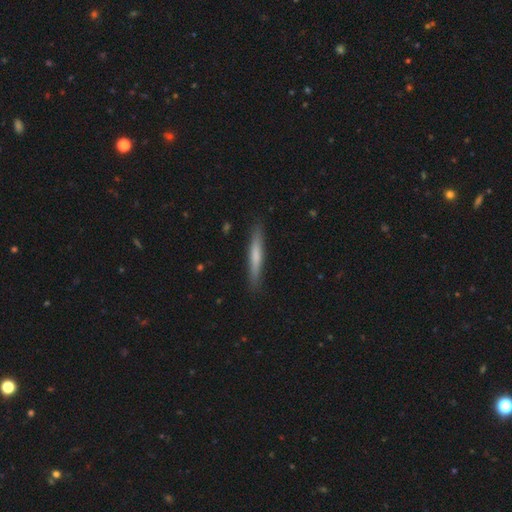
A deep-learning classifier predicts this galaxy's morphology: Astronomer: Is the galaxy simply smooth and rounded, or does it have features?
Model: smooth — 61%.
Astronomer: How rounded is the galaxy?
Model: cigar-shaped — 95%.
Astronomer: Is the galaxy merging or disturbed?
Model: none — 89%.